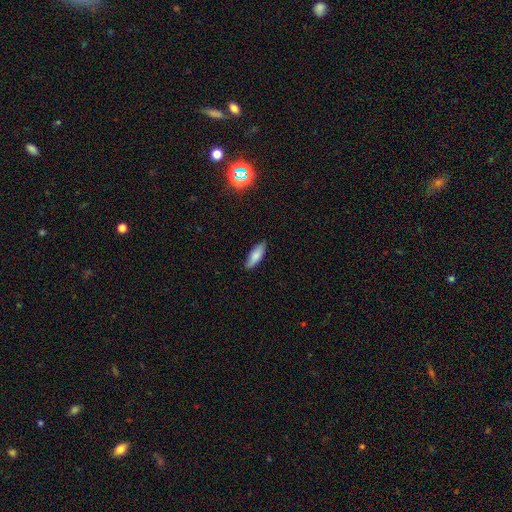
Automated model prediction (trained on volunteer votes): Q: Smooth or featured?
A: smooth (81%); runner-up: featured or disk (13%)
Q: How rounded?
A: in between (57%); runner-up: cigar-shaped (42%)
Q: Merging?
A: none (85%); runner-up: minor disturbance (12%)